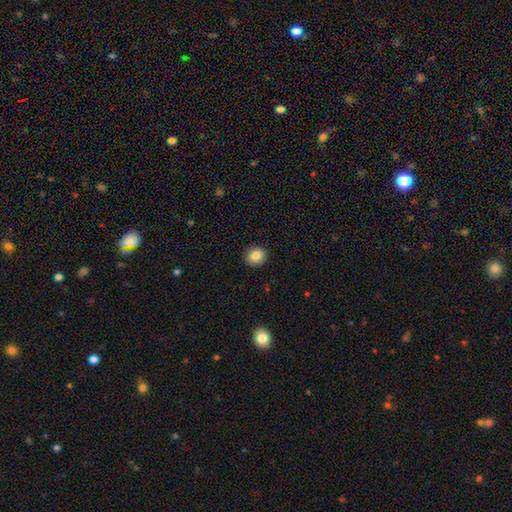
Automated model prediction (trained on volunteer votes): smooth-or-featured: smooth: 84% | star or artifact: 9% | featured or disk: 7%
  how-rounded: round: 83% | in between: 16% | cigar-shaped: 1%
  merging: none: 91% | minor disturbance: 6% | major disturbance: 2% | merger: 1%